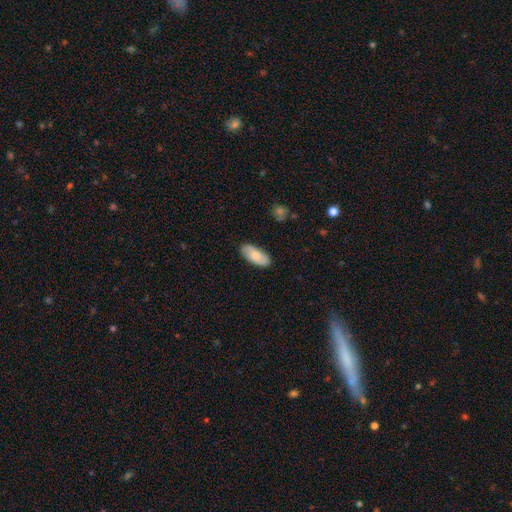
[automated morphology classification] Smooth or featured? smooth (78%)
How rounded? in between (87%)
Merging? none (85%)